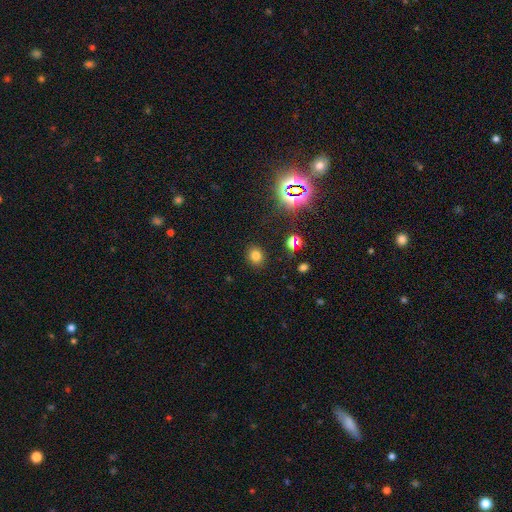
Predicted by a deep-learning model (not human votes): Smooth or featured: smooth — 74% (star or artifact — 20%)
How rounded: round — 69% (in between — 30%)
Merging: none — 88% (minor disturbance — 8%)